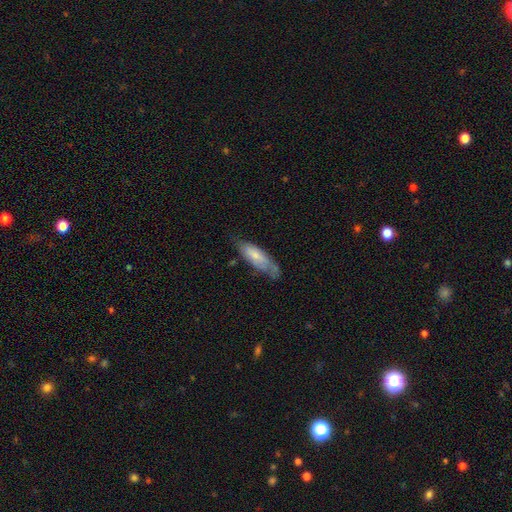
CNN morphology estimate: type=smooth (57%); roundness=in between (54%); merging=none (54%).